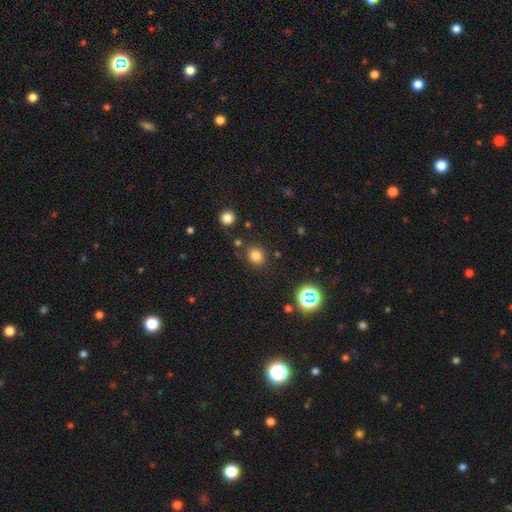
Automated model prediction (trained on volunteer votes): smooth_or_featured: smooth (p=0.79) [alt: star or artifact p=0.16]
how_rounded: round (p=0.80) [alt: in between p=0.19]
merging: none (p=0.82) [alt: minor disturbance p=0.10]